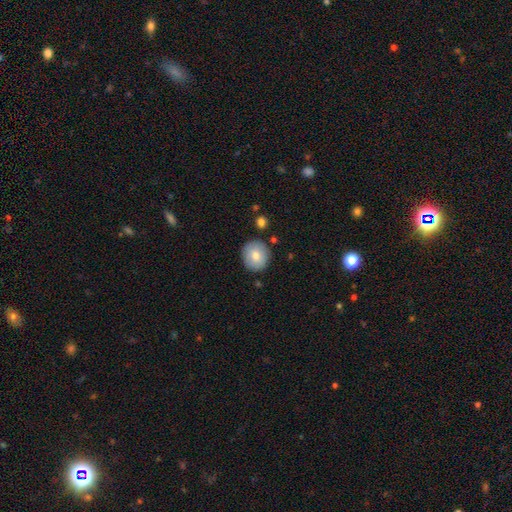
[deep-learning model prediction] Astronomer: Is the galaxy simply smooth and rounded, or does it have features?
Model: smooth — 79%.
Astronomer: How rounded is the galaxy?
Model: round — 86%.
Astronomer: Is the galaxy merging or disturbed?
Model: none — 84%.